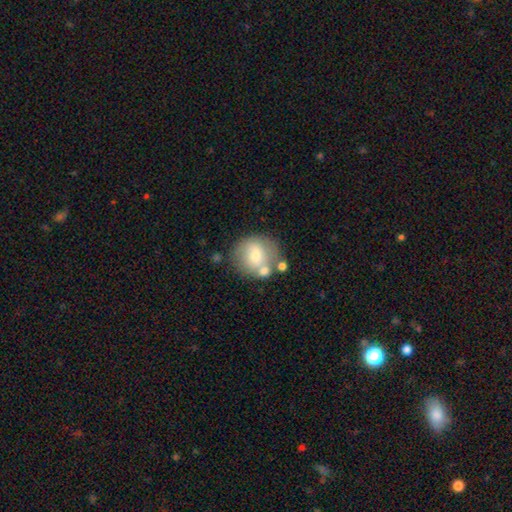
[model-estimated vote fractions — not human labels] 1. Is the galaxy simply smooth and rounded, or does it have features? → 66% smooth, 26% featured or disk, 8% star or artifact.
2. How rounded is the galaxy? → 87% round, 12% in between, 1% cigar-shaped.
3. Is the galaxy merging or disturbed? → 62% none, 16% merger, 16% minor disturbance, 6% major disturbance.